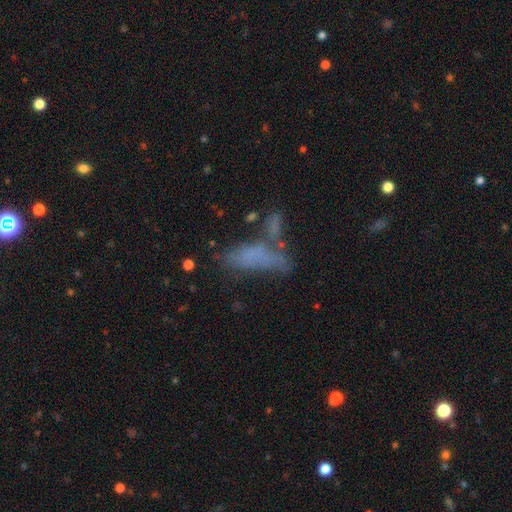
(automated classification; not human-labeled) This is possibly a smooth galaxy (59%). How rounded: possibly in between (55%). Merging: marginally none (32%).